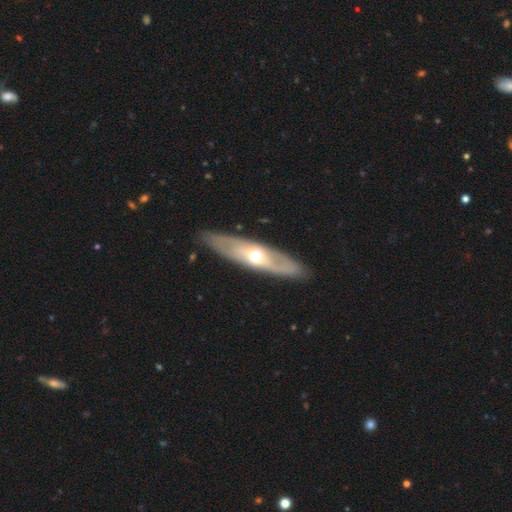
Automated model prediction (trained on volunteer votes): smooth-or-featured: featured or disk: 64% | smooth: 31% | star or artifact: 5%
  disk-edge-on: no: 62% | yes: 38%
  merging: none: 86% | minor disturbance: 10% | major disturbance: 3% | merger: 1%